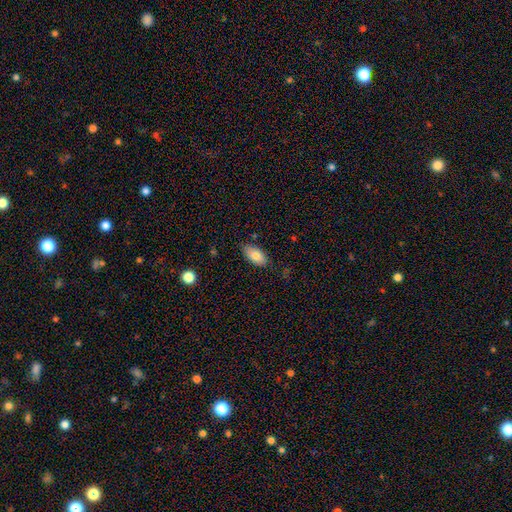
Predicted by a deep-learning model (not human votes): Q: Smooth or featured?
A: smooth (80%); runner-up: featured or disk (13%)
Q: How rounded?
A: in between (93%); runner-up: round (3%)
Q: Merging?
A: none (82%); runner-up: minor disturbance (14%)